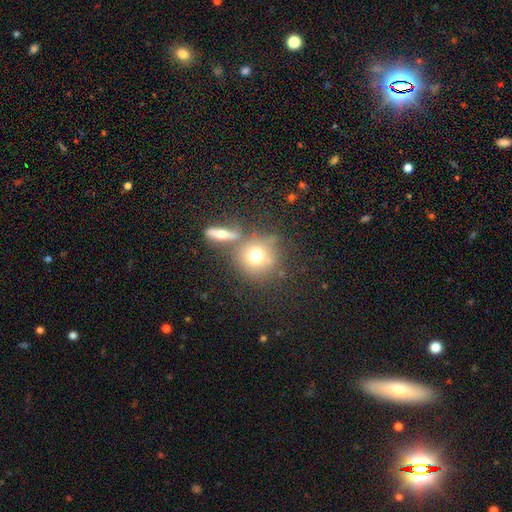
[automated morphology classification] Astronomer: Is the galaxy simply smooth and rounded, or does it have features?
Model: smooth — 69%.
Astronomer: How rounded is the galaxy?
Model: round — 87%.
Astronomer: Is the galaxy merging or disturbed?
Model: none — 59%.